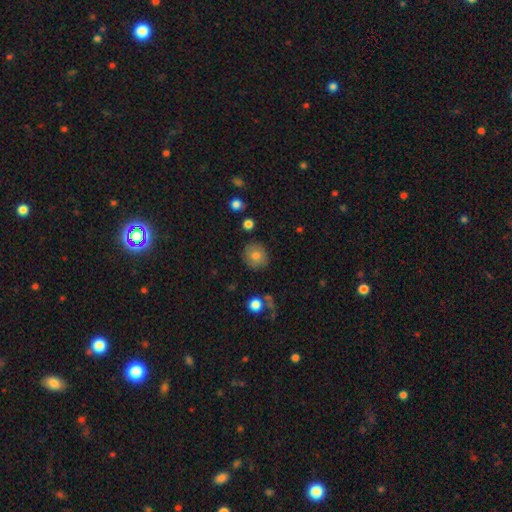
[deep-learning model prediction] Smooth or featured? smooth (79%)
How rounded? round (84%)
Merging? none (85%)